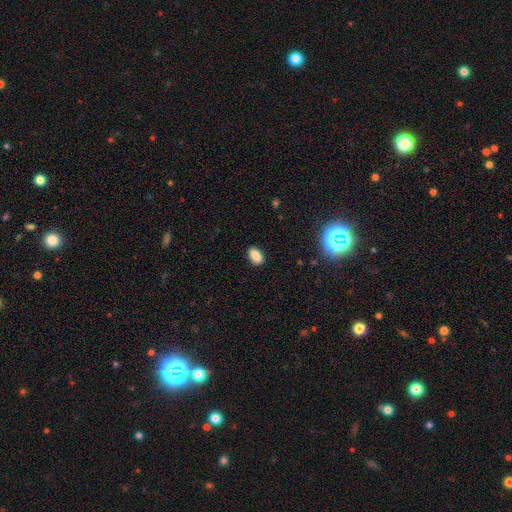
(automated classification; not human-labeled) A smooth galaxy with no disk features (87%) that is in between round and cigar-shaped (90%). Merging: none (88%).